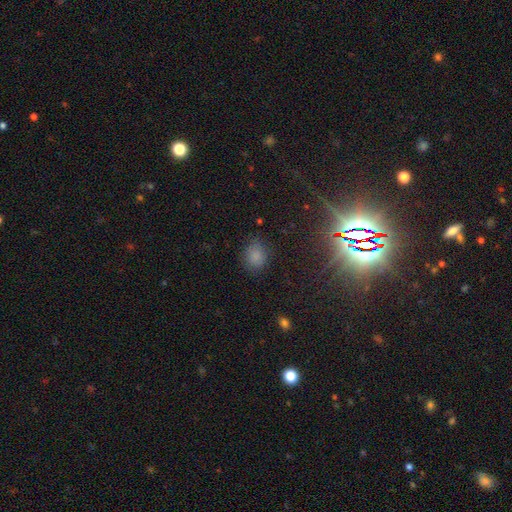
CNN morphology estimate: The model was most divided on "how rounded": round: 51%, in between: 48%, cigar-shaped: 1%. More confident: smooth or featured — smooth (78%); merging — none (76%).